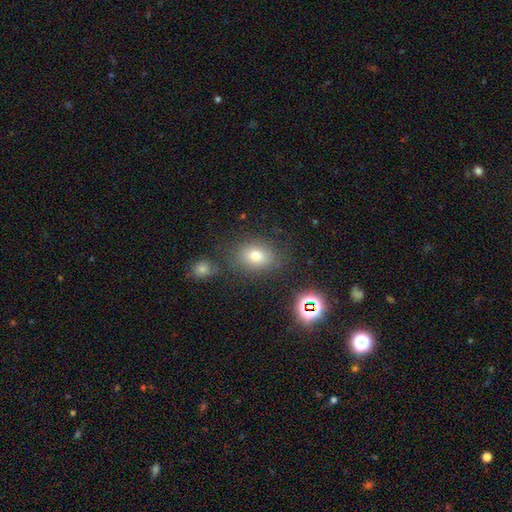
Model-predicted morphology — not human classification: Smooth or featured? Predicted: smooth (p=0.73). How rounded? Predicted: in between (p=0.65). Merging? Predicted: none (p=0.76).